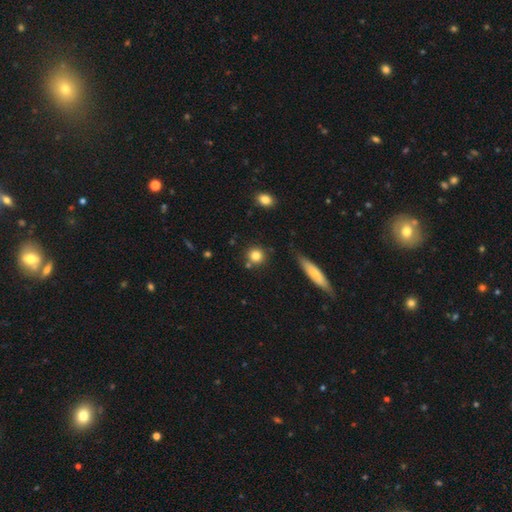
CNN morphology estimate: The model was most divided on "merging": none: 77%, merger: 10%, minor disturbance: 9%, major disturbance: 3%. More confident: how rounded — round (90%); smooth or featured — smooth (81%).